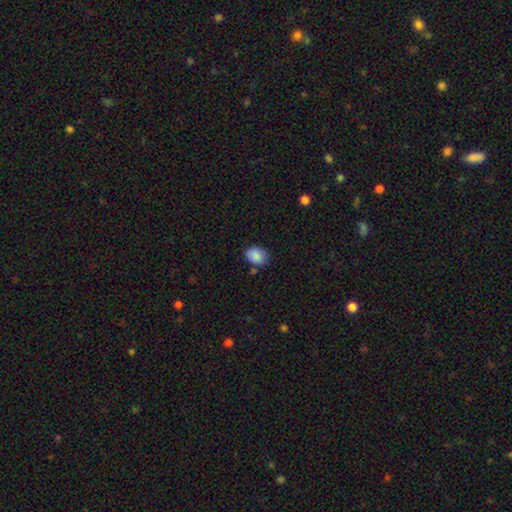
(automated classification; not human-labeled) Smooth or featured? Predicted: smooth (p=0.87). How rounded? Predicted: in between (p=0.70). Merging? Predicted: none (p=0.73).